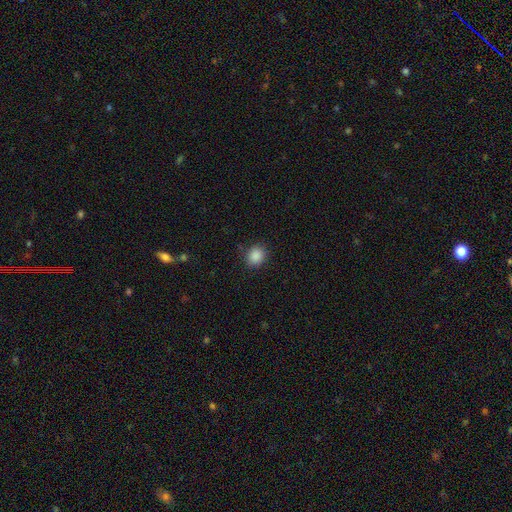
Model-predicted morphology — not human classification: A smooth galaxy with no disk features (87%) that is round (73%). Merging: none (86%).